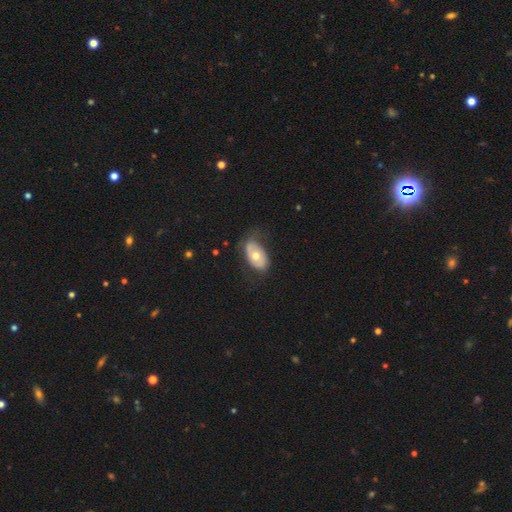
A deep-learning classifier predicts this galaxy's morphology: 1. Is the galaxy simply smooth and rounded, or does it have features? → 54% smooth, 40% featured or disk, 6% star or artifact.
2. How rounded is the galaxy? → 92% in between, 7% round, 2% cigar-shaped.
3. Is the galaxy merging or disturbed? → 60% none, 26% minor disturbance, 12% major disturbance, 1% merger.